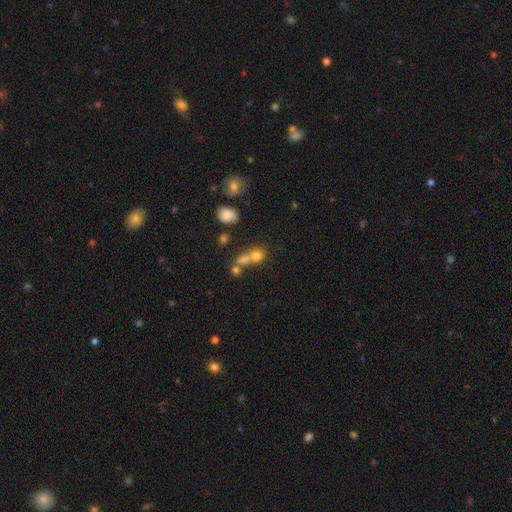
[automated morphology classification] The model was most divided on "merging": merger: 50%, none: 35%, minor disturbance: 9%, major disturbance: 7%. More confident: smooth or featured — smooth (74%); how rounded — round (65%).